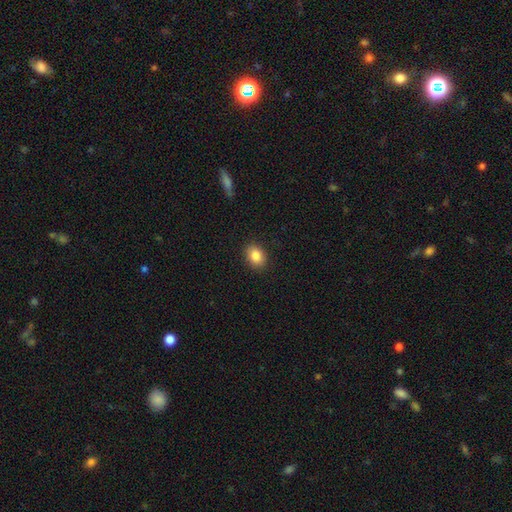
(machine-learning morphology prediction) smooth-or-featured: smooth: 85% | star or artifact: 9% | featured or disk: 6%
  how-rounded: in between: 66% | round: 33% | cigar-shaped: 1%
  merging: none: 89% | minor disturbance: 8% | major disturbance: 2% | merger: 1%